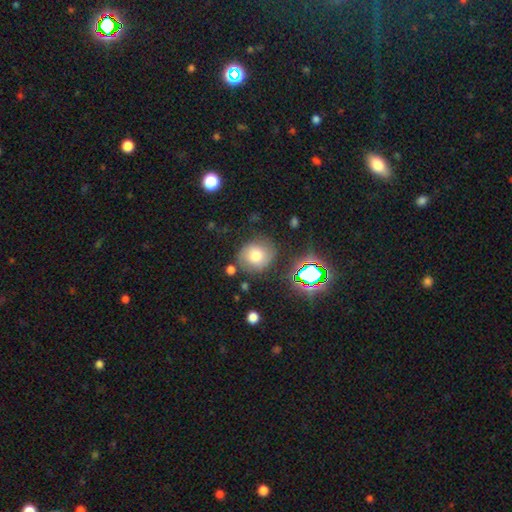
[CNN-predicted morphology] Smooth or featured? Predicted: smooth (p=0.69). How rounded? Predicted: round (p=0.80). Merging? Predicted: none (p=0.75).